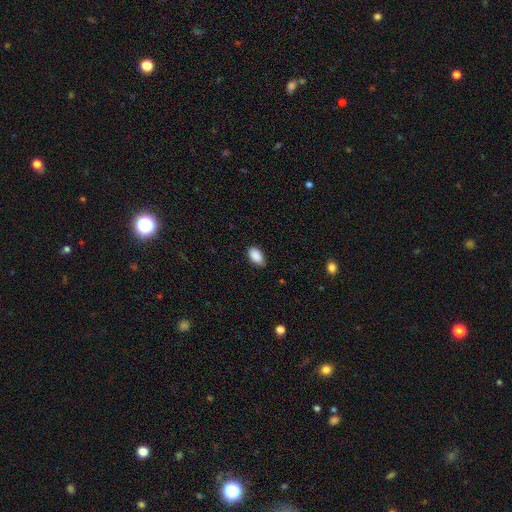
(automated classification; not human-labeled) Smooth or featured: smooth — 90% (star or artifact — 7%)
How rounded: in between — 93% (round — 5%)
Merging: none — 79% (minor disturbance — 18%)